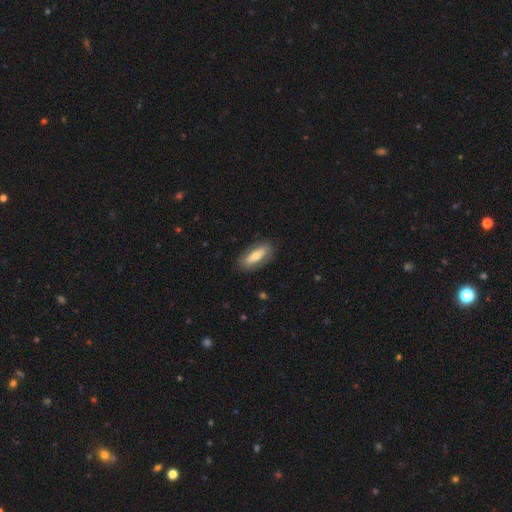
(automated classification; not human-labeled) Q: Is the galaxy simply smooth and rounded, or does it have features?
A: smooth — 57%.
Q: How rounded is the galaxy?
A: in between — 74%.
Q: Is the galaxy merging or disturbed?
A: none — 81%.